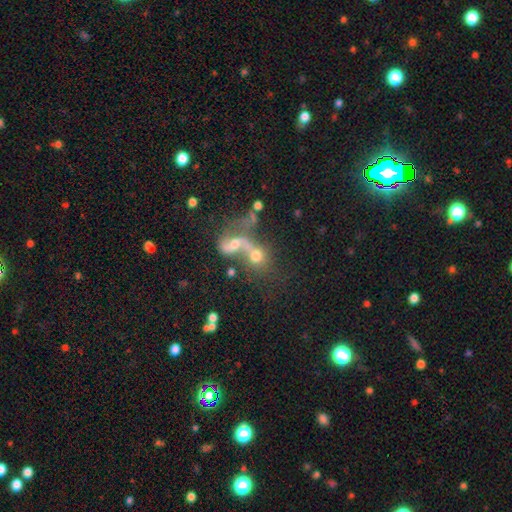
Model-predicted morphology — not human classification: Smooth or featured: smooth — 49% (featured or disk — 36%)
Merging: merger — 67% (none — 17%)